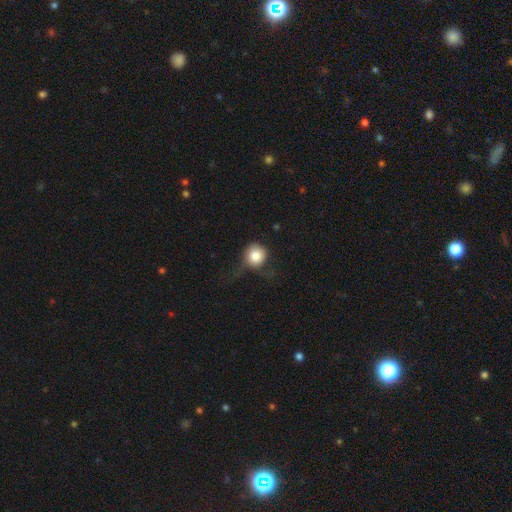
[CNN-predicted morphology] A smooth galaxy with no disk features (80%) that is round (89%). Merging: none (41%).